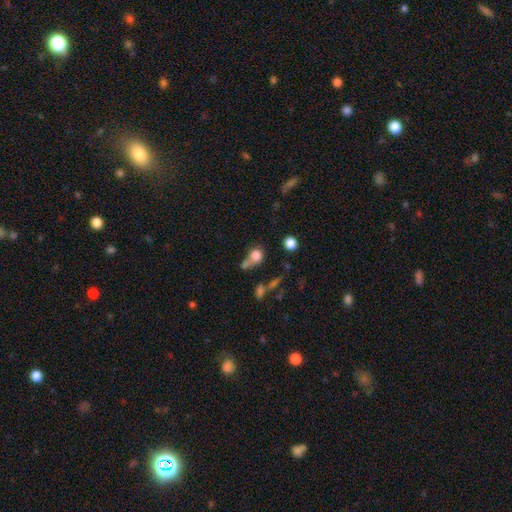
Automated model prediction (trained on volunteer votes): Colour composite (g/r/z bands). It shows a smooth galaxy with no disk features (76%) that is round (63%). Merging: merger (39%).